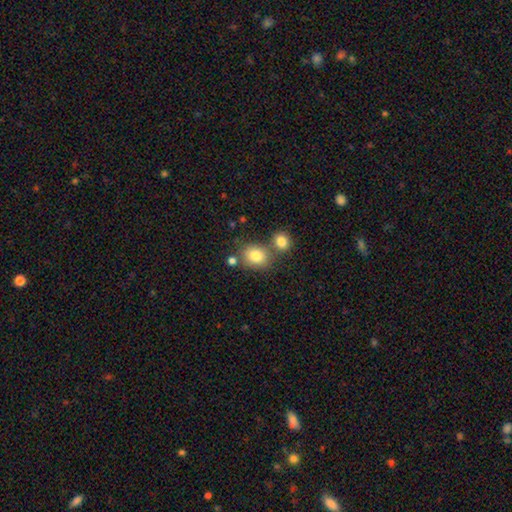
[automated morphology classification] smooth-or-featured: smooth: 81% | star or artifact: 11% | featured or disk: 9%
  how-rounded: round: 59% | in between: 40% | cigar-shaped: 1%
  merging: none: 60% | merger: 26% | minor disturbance: 11% | major disturbance: 4%